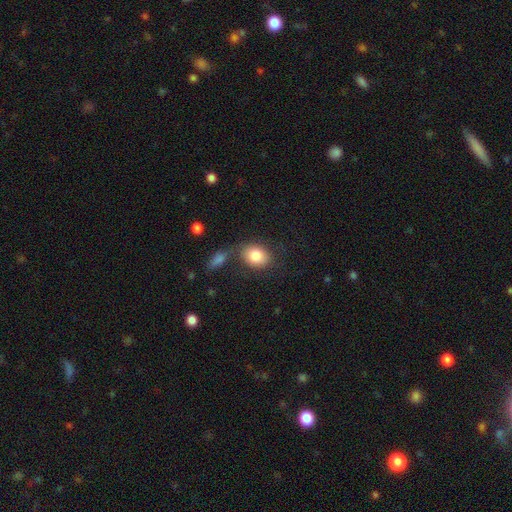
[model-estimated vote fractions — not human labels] The model was most divided on "how rounded": in between: 59%, round: 40%, cigar-shaped: 1%. More confident: smooth or featured — smooth (83%); merging — none (61%).